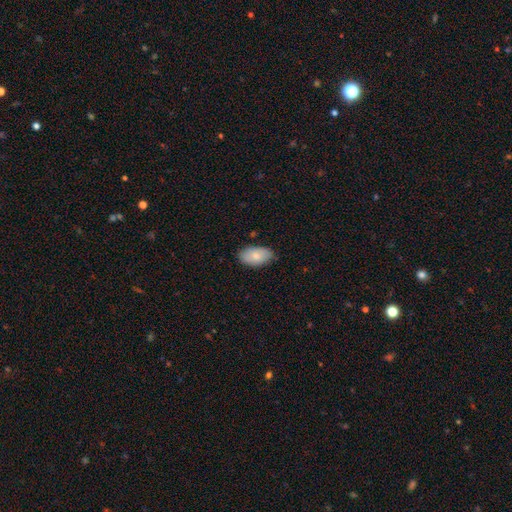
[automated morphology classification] Smooth or featured? Predicted: smooth (p=0.82). How rounded? Predicted: in between (p=0.95). Merging? Predicted: none (p=0.78).